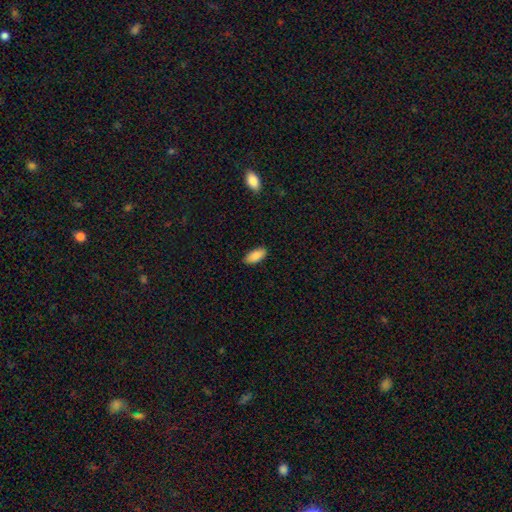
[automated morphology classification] smooth-or-featured: smooth: 88% | star or artifact: 6% | featured or disk: 6%
  how-rounded: in between: 88% | cigar-shaped: 10% | round: 2%
  merging: none: 88% | minor disturbance: 9% | major disturbance: 2% | merger: 1%